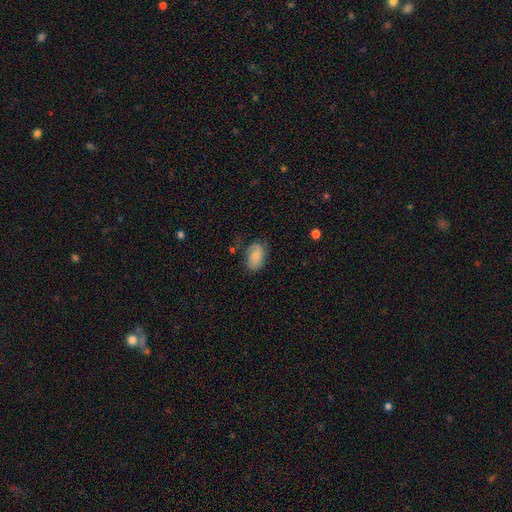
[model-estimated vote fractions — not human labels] smooth 77%, featured or disk 15%, star or artifact 7%. Down the decision tree: how rounded — in between (91%); merging — none (64%).